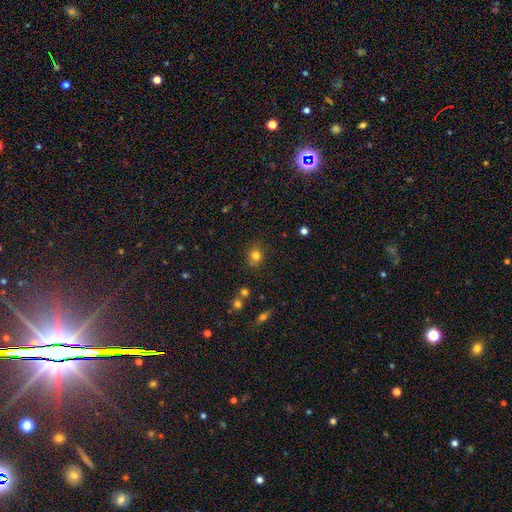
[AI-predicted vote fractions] Morphology: type=smooth (80%); roundness=round (74%); merging=none (80%).